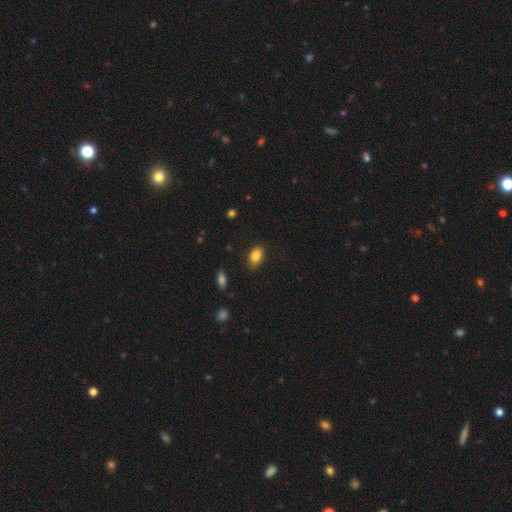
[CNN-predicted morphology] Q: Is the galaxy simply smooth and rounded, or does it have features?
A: smooth — 86%.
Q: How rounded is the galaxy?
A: in between — 83%.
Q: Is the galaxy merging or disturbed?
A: none — 83%.